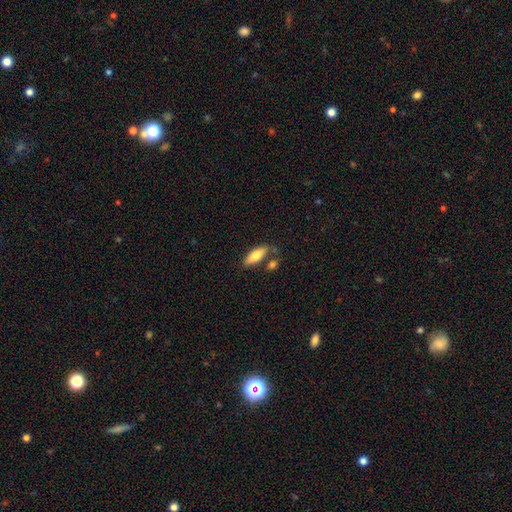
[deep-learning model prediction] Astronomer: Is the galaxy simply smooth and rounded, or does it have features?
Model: smooth — 74%.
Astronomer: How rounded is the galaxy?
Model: in between — 69%.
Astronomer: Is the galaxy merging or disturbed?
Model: none — 72%.